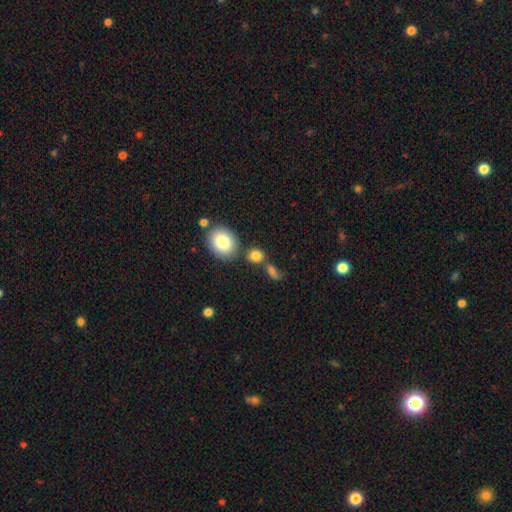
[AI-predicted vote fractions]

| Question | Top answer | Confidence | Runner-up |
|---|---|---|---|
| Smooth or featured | smooth | 83% | star or artifact (10%) |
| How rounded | round | 58% | in between (38%) |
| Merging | none | 59% | merger (23%) |